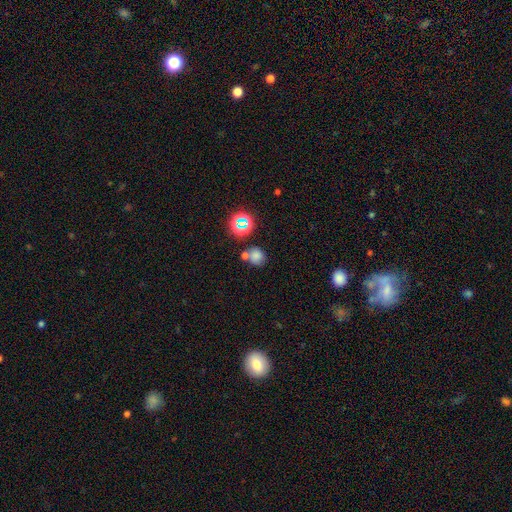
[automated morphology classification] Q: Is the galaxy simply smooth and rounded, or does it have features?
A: smooth — 71%.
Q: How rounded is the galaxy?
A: round — 78%.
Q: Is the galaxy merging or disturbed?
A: none — 56%.